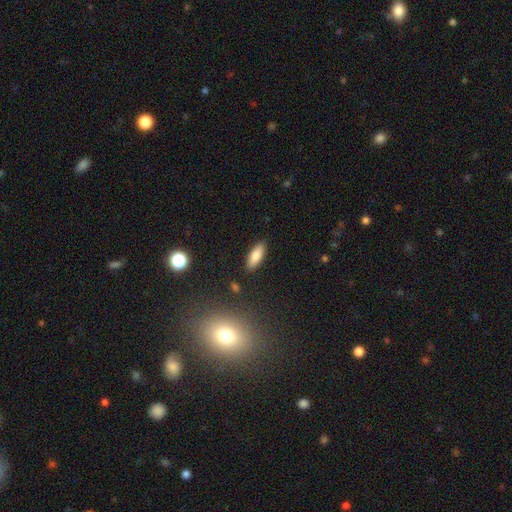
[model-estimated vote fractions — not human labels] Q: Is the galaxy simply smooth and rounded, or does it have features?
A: smooth — 83%.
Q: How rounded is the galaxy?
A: in between — 70%.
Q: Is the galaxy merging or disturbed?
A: none — 88%.